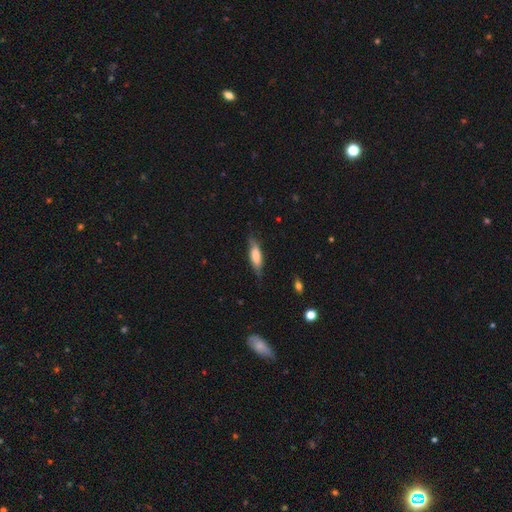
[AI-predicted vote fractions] Morphology: type=smooth (68%); roundness=cigar-shaped (51%); merging=none (71%).